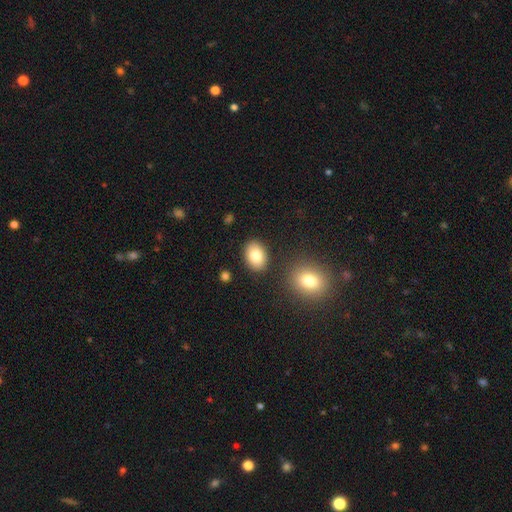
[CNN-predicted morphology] A smooth galaxy with no disk features (82%) that is in between round and cigar-shaped (77%).

Vote fractions:
- Smooth or featured? smooth: 82% / featured or disk: 10% / star or artifact: 8%
- How rounded? in between: 77% / round: 22% / cigar-shaped: 1%
- Merging? none: 86% / minor disturbance: 8% / merger: 4% / major disturbance: 2%